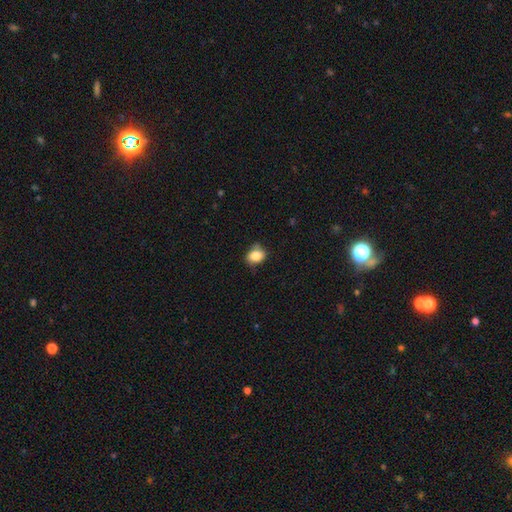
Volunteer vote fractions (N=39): A smooth galaxy with no disk features (87%) that is in between round and cigar-shaped (56%). Merging: none (50%).